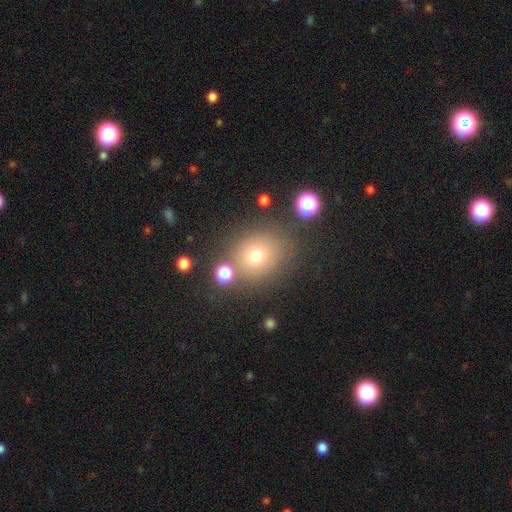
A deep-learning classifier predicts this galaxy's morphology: This appears to be a smooth galaxy with no disk features (71%) that is round (76%). Merging: none (77%).